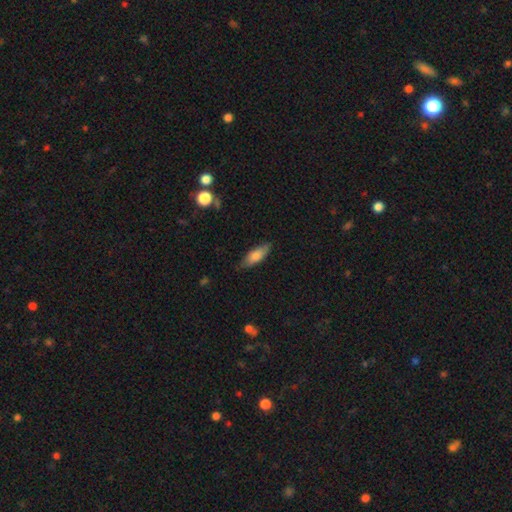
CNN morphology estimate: This appears to be a smooth galaxy with no disk features (73%) that is in between round and cigar-shaped (58%). Merging: none (82%).